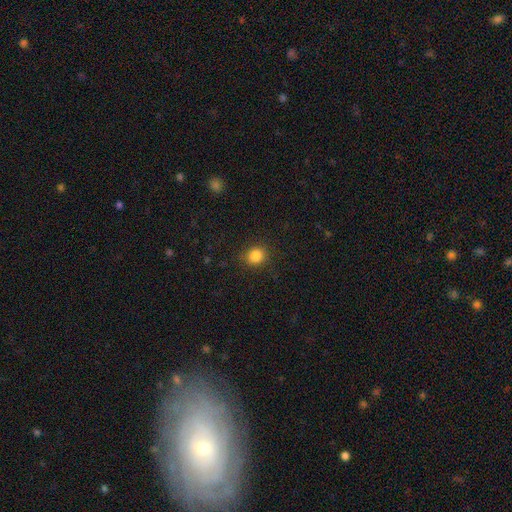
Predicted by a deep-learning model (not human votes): The model was most divided on "how rounded": round: 83%, in between: 16%, cigar-shaped: 1%. More confident: merging — none (88%); smooth or featured — smooth (85%).